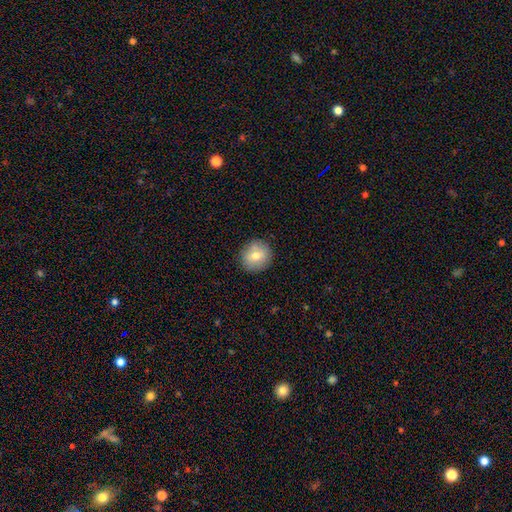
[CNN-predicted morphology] type=smooth (73%); roundness=round (85%); merging=none (86%).